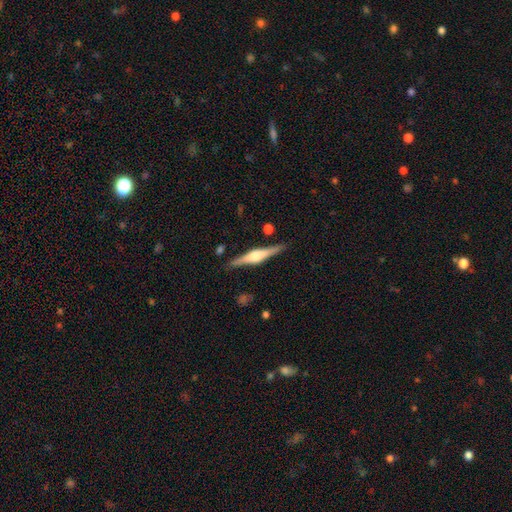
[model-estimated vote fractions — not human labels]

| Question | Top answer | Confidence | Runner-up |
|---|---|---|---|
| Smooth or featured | featured or disk | 77% | smooth (18%) |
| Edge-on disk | yes | 98% | no (2%) |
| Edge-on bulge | rounded | 81% | boxy (16%) |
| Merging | none | 88% | minor disturbance (8%) |